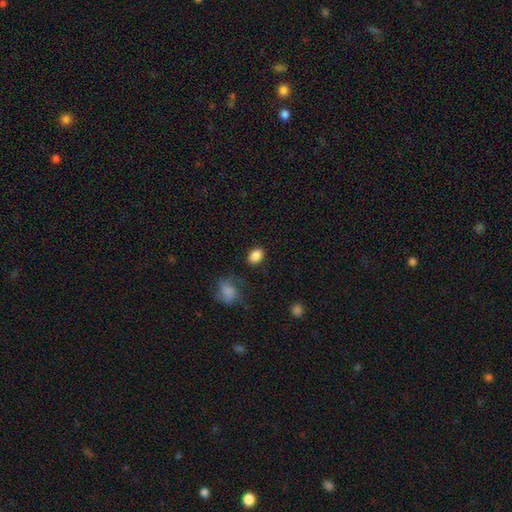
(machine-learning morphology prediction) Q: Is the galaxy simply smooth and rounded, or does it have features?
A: smooth — 87%.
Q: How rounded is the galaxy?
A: in between — 77%.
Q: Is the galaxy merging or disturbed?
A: none — 82%.